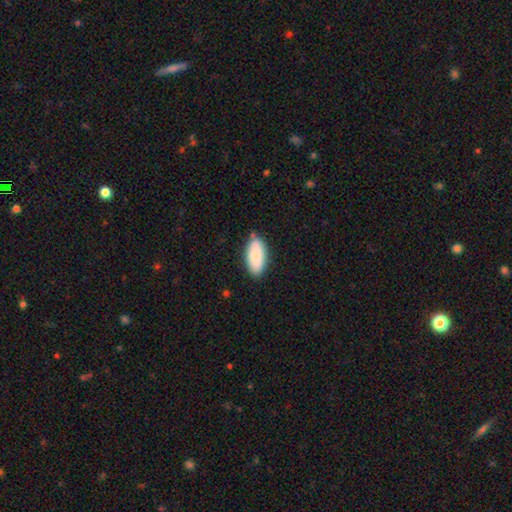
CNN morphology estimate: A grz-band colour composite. It shows a smooth galaxy with no disk features (85%) that is in between round and cigar-shaped (91%). Merging: none (78%).